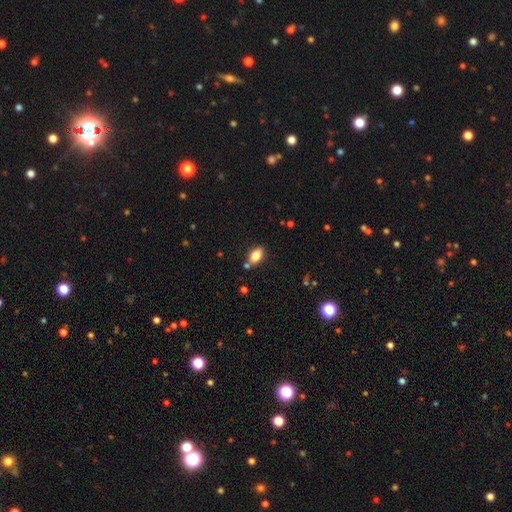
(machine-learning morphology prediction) A smooth galaxy with no disk features (82%) that is in between round and cigar-shaped (87%).

Vote fractions:
- Smooth or featured? smooth: 82% / featured or disk: 9% / star or artifact: 9%
- How rounded? in between: 87% / round: 11% / cigar-shaped: 3%
- Merging? none: 76% / minor disturbance: 13% / merger: 8% / major disturbance: 3%